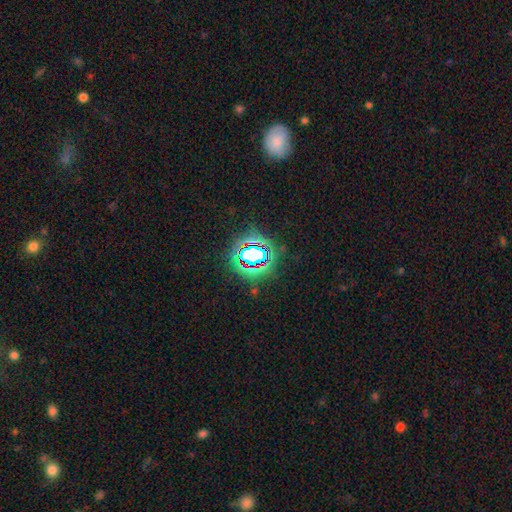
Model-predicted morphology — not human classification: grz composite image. It shows a star or artifact, not a galaxy (79%).